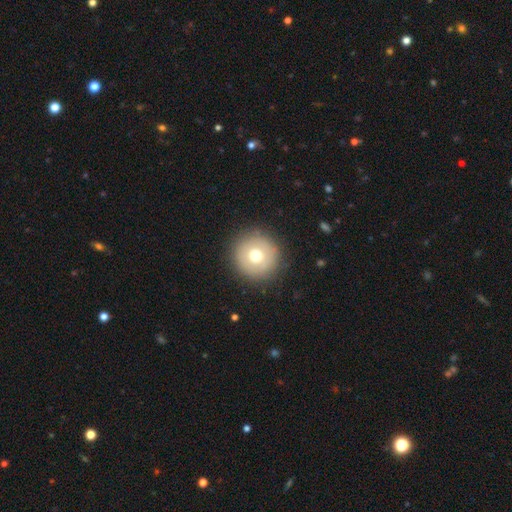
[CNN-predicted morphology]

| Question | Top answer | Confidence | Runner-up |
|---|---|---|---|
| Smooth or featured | smooth | 68% | featured or disk (21%) |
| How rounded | round | 96% | in between (3%) |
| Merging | none | 89% | minor disturbance (7%) |